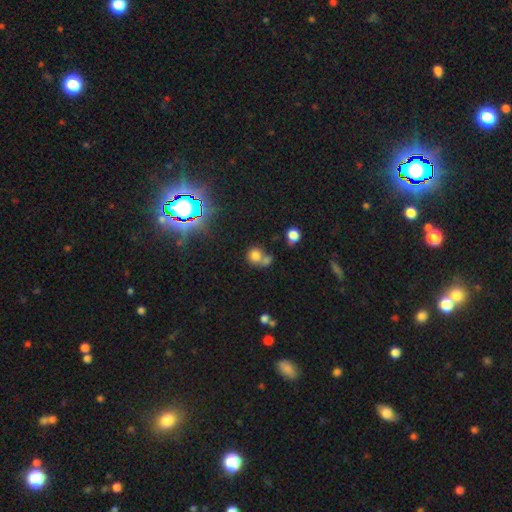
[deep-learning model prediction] smooth-or-featured: smooth: 71% | star or artifact: 18% | featured or disk: 10%
  how-rounded: round: 76% | in between: 23% | cigar-shaped: 1%
  merging: merger: 48% | none: 39% | minor disturbance: 8% | major disturbance: 5%